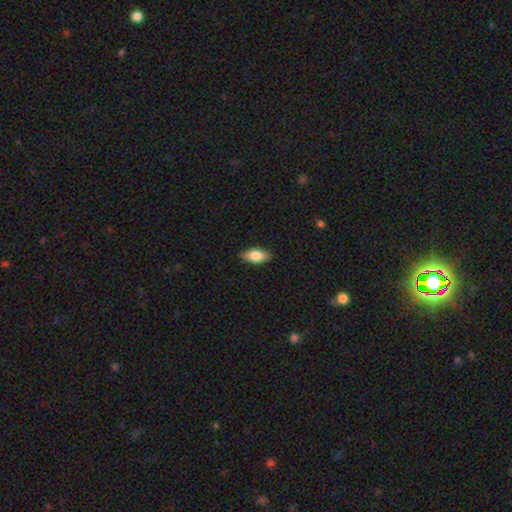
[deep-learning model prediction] Overall: smooth (73%). How rounded: in between (82%). Merging: none (87%).